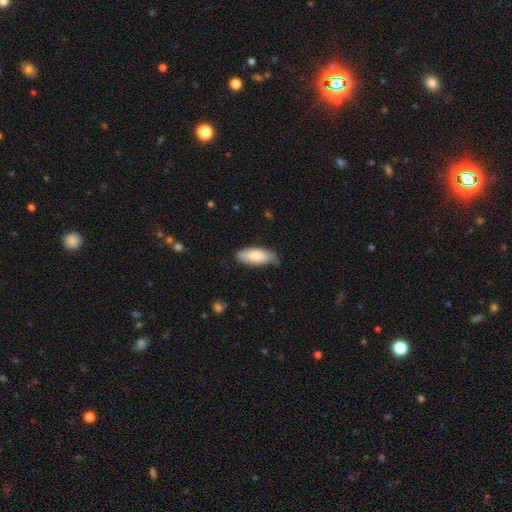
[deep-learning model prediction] This appears to be a smooth galaxy with no disk features (79%) that is in between round and cigar-shaped (80%). Merging: none (74%).